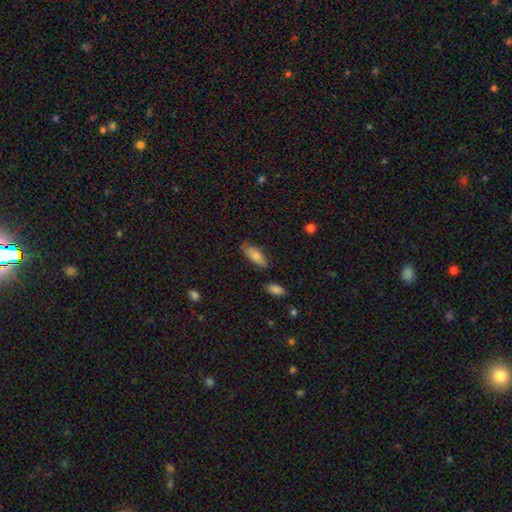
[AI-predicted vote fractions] A smooth galaxy with no disk features (76%) that is in between round and cigar-shaped (72%).

Vote fractions:
- Smooth or featured? smooth: 76% / featured or disk: 17% / star or artifact: 7%
- How rounded? in between: 72% / cigar-shaped: 25% / round: 2%
- Merging? none: 77% / minor disturbance: 17% / major disturbance: 3% / merger: 3%